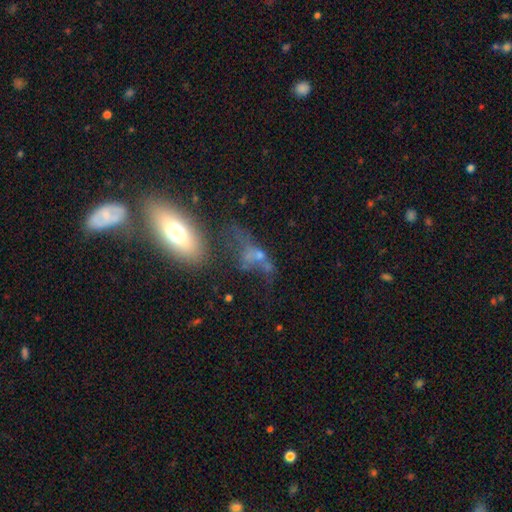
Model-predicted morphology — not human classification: Smooth or featured? Predicted: smooth (p=0.45). Merging? Predicted: major disturbance (p=0.34).